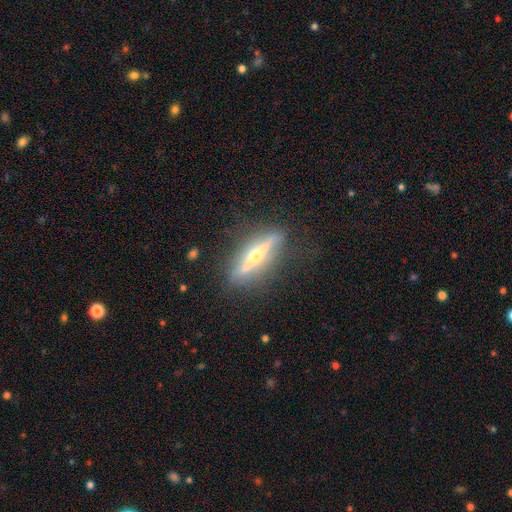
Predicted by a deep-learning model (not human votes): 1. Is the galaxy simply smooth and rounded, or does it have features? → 75% featured or disk, 19% smooth, 6% star or artifact.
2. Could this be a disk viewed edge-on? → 93% yes, 7% no.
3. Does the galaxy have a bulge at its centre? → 92% rounded, 5% none, 3% boxy.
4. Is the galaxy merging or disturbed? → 82% none, 12% minor disturbance, 4% major disturbance, 2% merger.